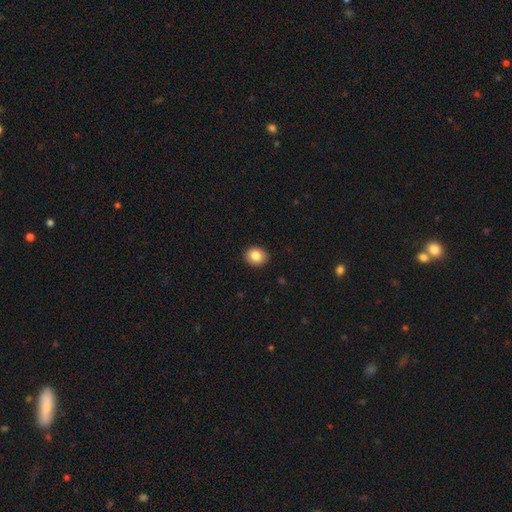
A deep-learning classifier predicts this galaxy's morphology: Smooth or featured? smooth (84%)
How rounded? round (64%)
Merging? none (91%)